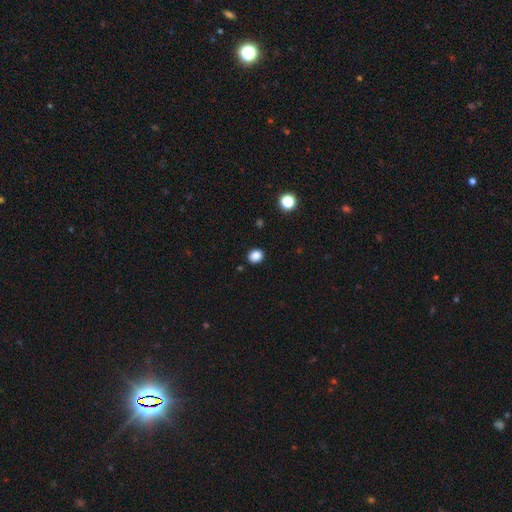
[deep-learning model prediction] Overall: smooth (86%). How rounded: round (69%; in between 30%). Merging: none (89%).